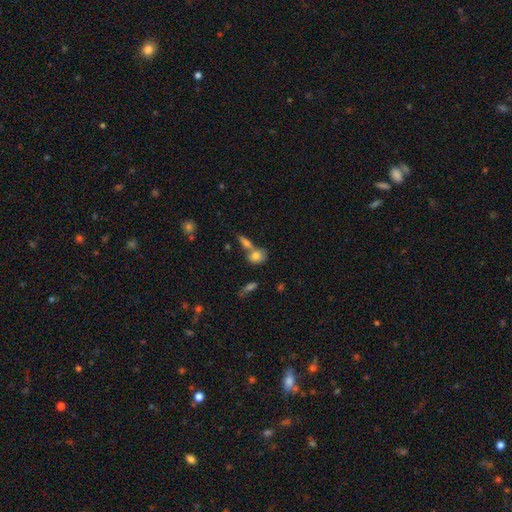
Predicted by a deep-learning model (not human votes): This appears to be a smooth galaxy with no disk features (76%) that is in between round and cigar-shaped (63%). Merging: none (44%).